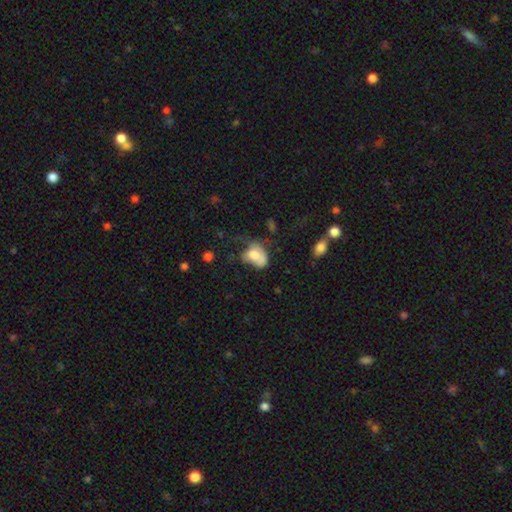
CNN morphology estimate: This appears to be a smooth galaxy with no disk features (65%) that is in between round and cigar-shaped (66%). Merging: major disturbance (39%).